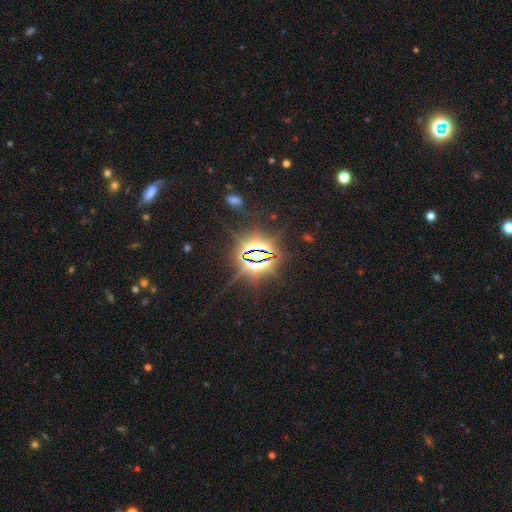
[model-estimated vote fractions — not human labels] smooth-or-featured: star or artifact: 85% | featured or disk: 8% | smooth: 7%